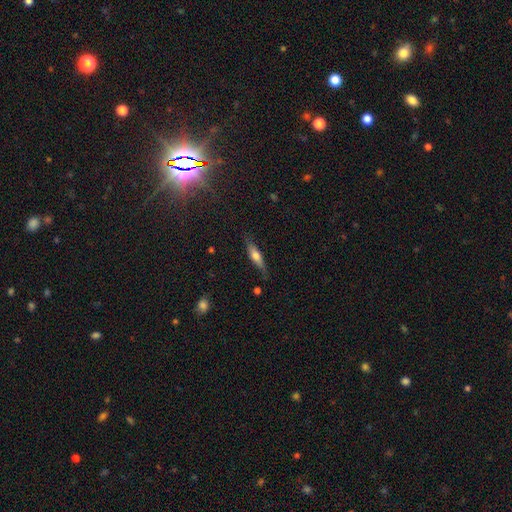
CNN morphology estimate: Smooth or featured? Predicted: smooth (p=0.49). Merging? Predicted: none (p=0.78).